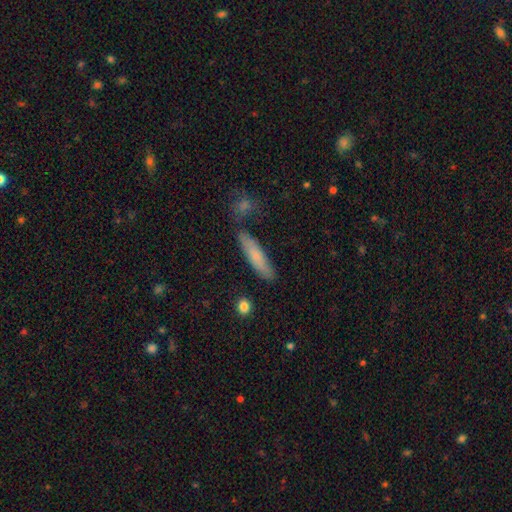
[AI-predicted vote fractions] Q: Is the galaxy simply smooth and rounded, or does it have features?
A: smooth — 74%.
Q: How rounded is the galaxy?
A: cigar-shaped — 79%.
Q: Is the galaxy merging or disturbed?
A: none — 80%.